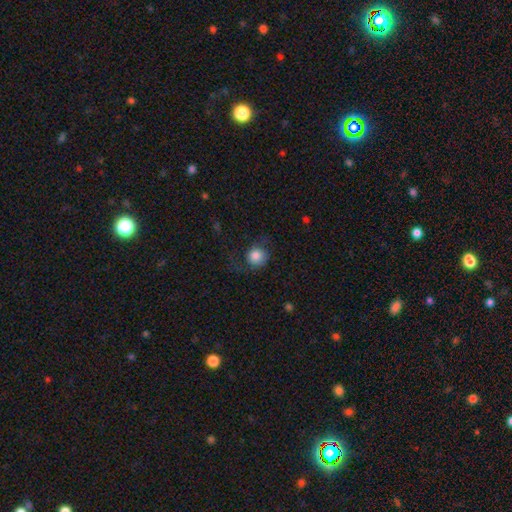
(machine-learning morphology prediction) smooth_or_featured: smooth (p=0.77) [alt: featured or disk p=0.15]
how_rounded: round (p=0.85) [alt: in between p=0.14]
merging: none (p=0.56) [alt: major disturbance p=0.21]